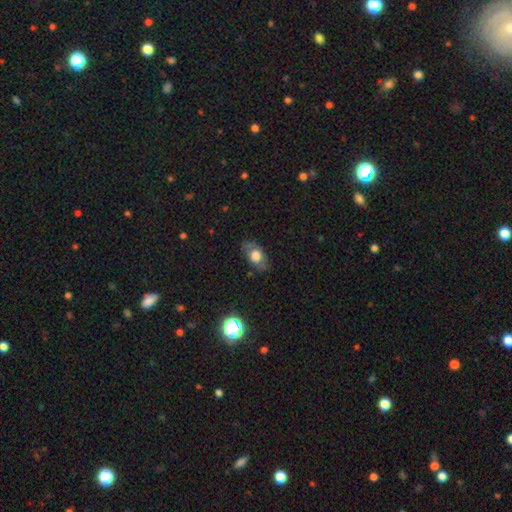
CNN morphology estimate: The model was most divided on "smooth or featured": smooth: 63%, featured or disk: 27%, star or artifact: 10%. More confident: how rounded — in between (82%); merging — none (73%).